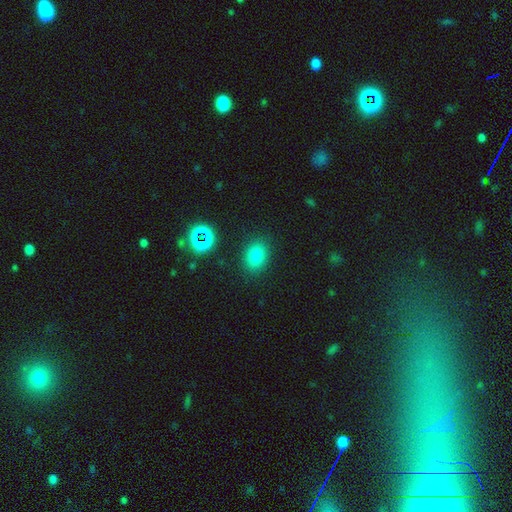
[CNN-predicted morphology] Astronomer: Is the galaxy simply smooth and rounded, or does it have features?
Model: smooth — 77%.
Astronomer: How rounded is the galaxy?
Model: in between — 64%.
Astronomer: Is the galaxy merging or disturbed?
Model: none — 85%.